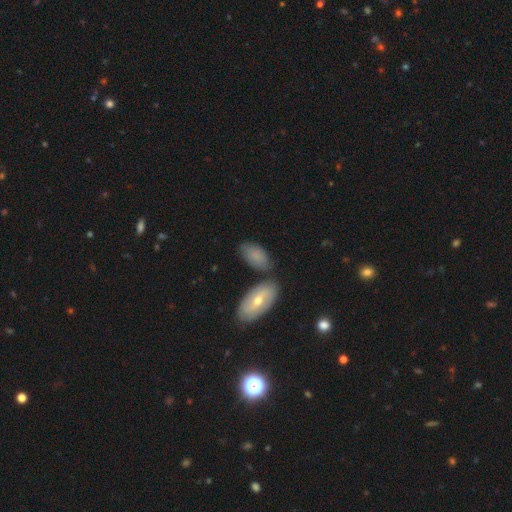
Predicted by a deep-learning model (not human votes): The model was most divided on "merging": none: 58%, minor disturbance: 19%, merger: 17%, major disturbance: 5%. More confident: how rounded — in between (92%); smooth or featured — smooth (77%).